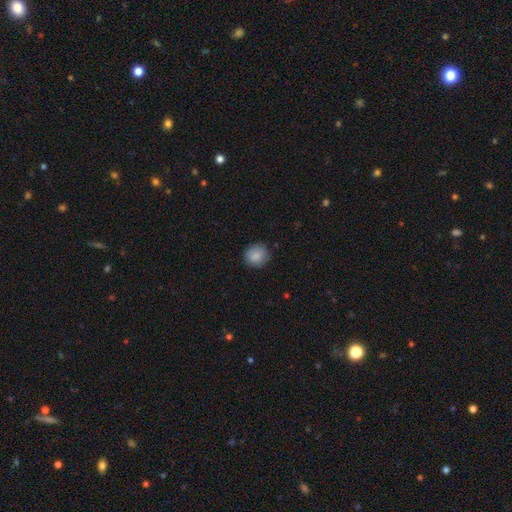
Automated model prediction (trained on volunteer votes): Morphology: type=smooth (86%); roundness=round (82%); merging=none (82%).